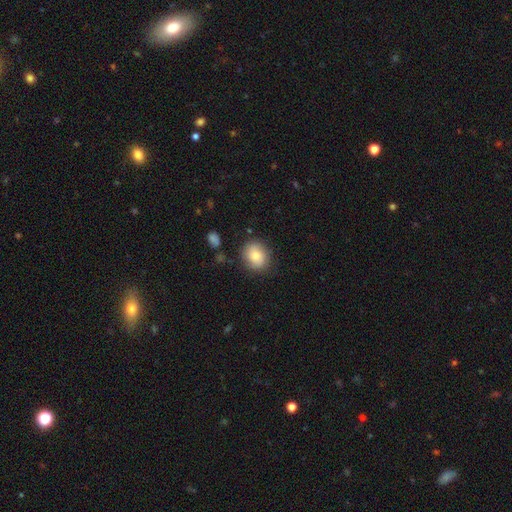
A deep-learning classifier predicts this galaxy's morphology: Smooth or featured? Predicted: smooth (p=0.78). How rounded? Predicted: round (p=0.68). Merging? Predicted: none (p=0.81).